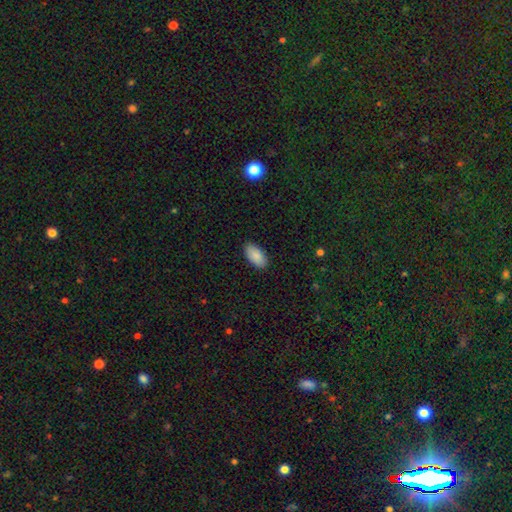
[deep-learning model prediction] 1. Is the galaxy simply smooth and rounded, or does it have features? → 89% smooth, 7% star or artifact, 4% featured or disk.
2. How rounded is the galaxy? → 95% in between, 3% cigar-shaped, 2% round.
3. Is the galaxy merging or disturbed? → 89% none, 8% minor disturbance, 2% major disturbance, 1% merger.